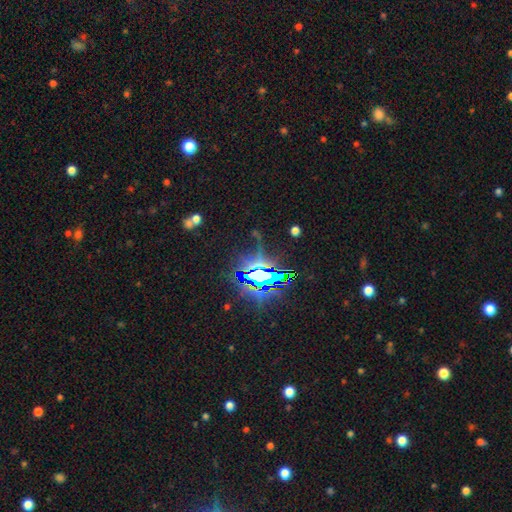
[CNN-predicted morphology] Smooth or featured: star or artifact — 84% (smooth — 8%)